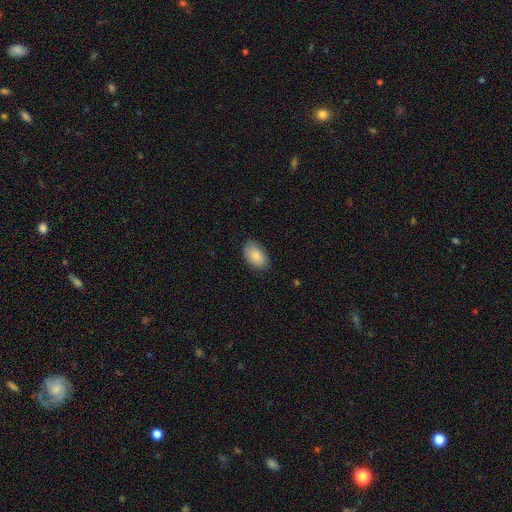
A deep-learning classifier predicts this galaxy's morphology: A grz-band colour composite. It shows a smooth galaxy with no disk features (84%) that is in between round and cigar-shaped (93%). Merging: none (83%).